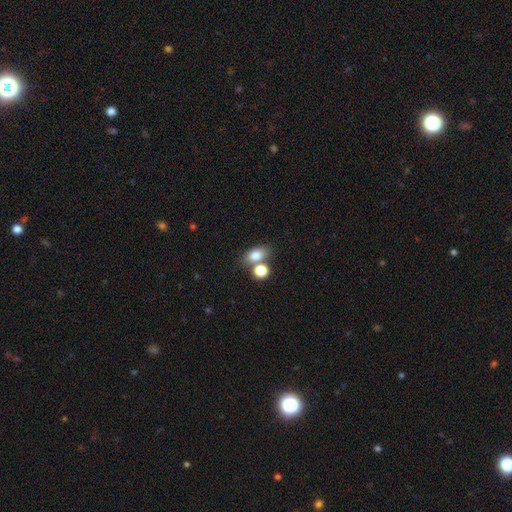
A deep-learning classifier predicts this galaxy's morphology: Smooth or featured?
  - smooth: 79% *
  - star or artifact: 11%
  - featured or disk: 10%
How rounded?
  - in between: 70% *
  - round: 28%
  - cigar-shaped: 2%
Merging?
  - none: 52% *
  - merger: 34%
  - minor disturbance: 10%
  - major disturbance: 4%